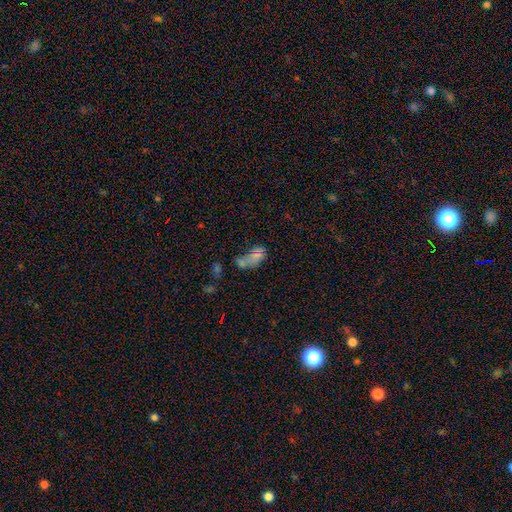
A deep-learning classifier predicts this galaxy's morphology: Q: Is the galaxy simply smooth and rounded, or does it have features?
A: smooth — 63%.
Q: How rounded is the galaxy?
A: in between — 87%.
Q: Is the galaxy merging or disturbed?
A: merger — 52%.